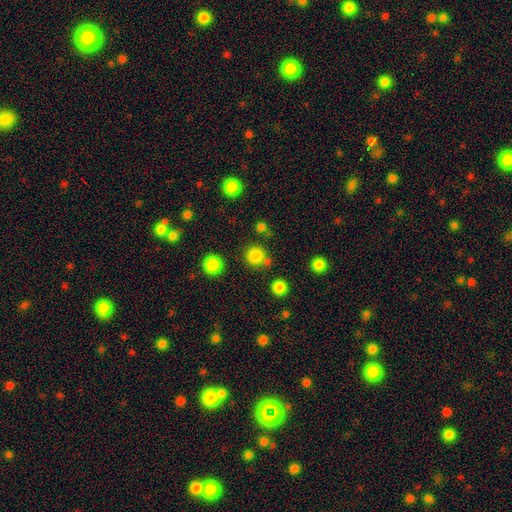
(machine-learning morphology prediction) A smooth galaxy with no disk features (82%) that is round (92%).

Vote fractions:
- Smooth or featured? smooth: 82% / star or artifact: 14% / featured or disk: 4%
- How rounded? round: 92% / in between: 7% / cigar-shaped: 1%
- Merging? none: 76% / merger: 11% / minor disturbance: 9% / major disturbance: 4%